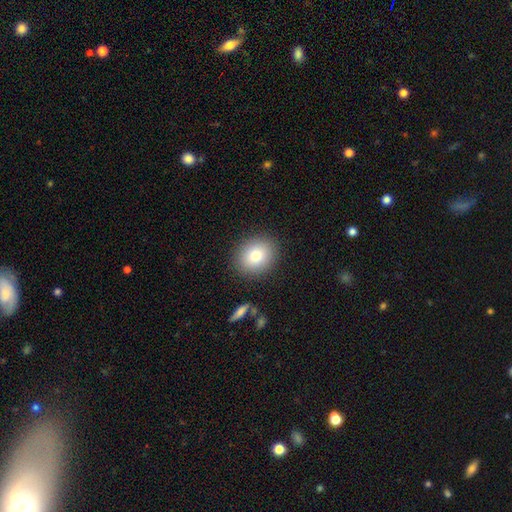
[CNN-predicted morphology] The model was most divided on "how rounded": round: 63%, in between: 36%, cigar-shaped: 1%. More confident: merging — none (88%); smooth or featured — smooth (81%).